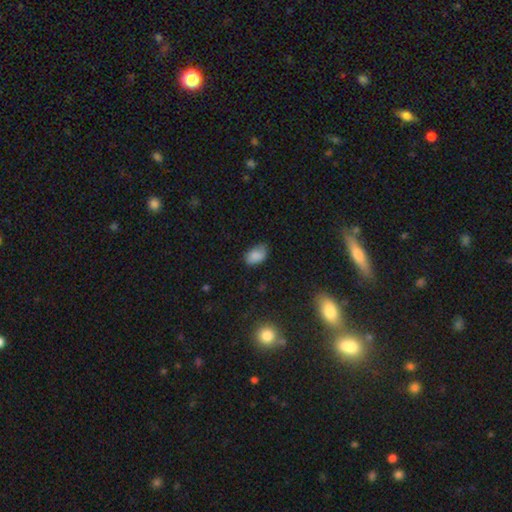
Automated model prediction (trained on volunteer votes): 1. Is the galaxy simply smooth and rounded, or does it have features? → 84% smooth, 9% star or artifact, 7% featured or disk.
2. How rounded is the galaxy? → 89% in between, 10% round, 1% cigar-shaped.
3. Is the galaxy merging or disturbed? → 68% none, 25% minor disturbance, 5% major disturbance, 1% merger.